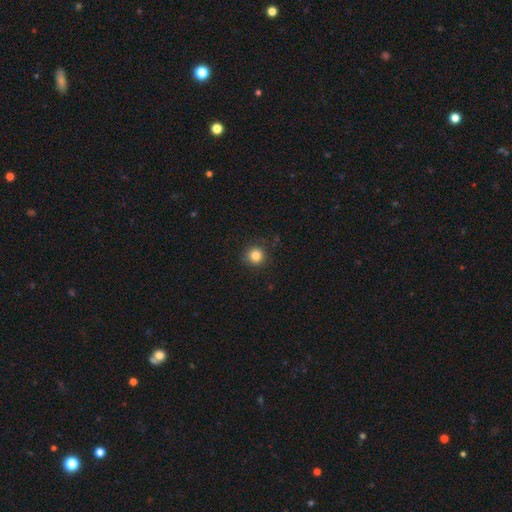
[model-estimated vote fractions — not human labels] Smooth or featured?
  - smooth: 83% *
  - star or artifact: 12%
  - featured or disk: 5%
How rounded?
  - round: 94% *
  - in between: 5%
  - cigar-shaped: 1%
Merging?
  - none: 87% *
  - minor disturbance: 9%
  - major disturbance: 3%
  - merger: 1%